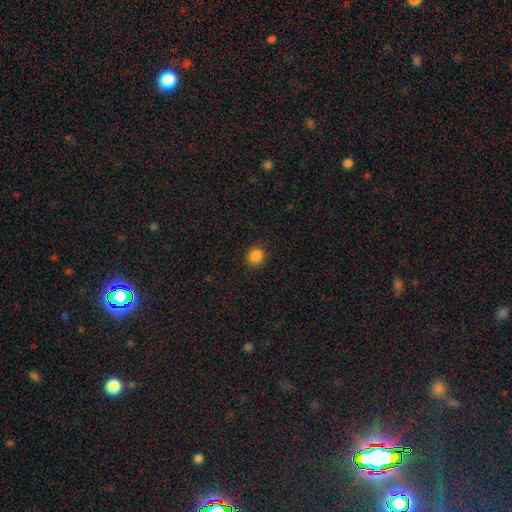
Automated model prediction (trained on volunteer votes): smooth_or_featured: smooth (p=0.86) [alt: star or artifact p=0.11]
how_rounded: round (p=0.84) [alt: in between p=0.15]
merging: none (p=0.90) [alt: minor disturbance p=0.07]